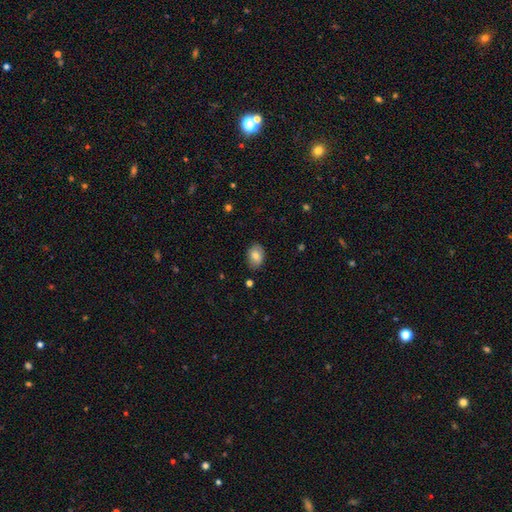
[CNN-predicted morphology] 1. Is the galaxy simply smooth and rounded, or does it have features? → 77% smooth, 15% featured or disk, 8% star or artifact.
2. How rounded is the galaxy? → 80% in between, 19% round, 1% cigar-shaped.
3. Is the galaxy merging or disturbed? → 85% none, 12% minor disturbance, 2% major disturbance, 1% merger.